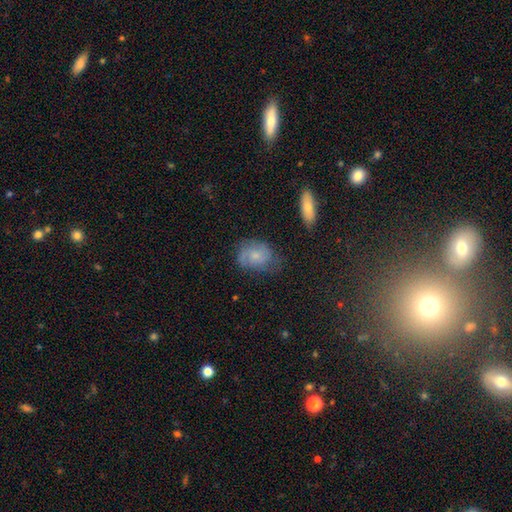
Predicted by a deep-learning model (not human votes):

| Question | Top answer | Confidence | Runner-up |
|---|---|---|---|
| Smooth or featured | smooth | 46% | featured or disk (44%) |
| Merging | none | 60% | minor disturbance (26%) |